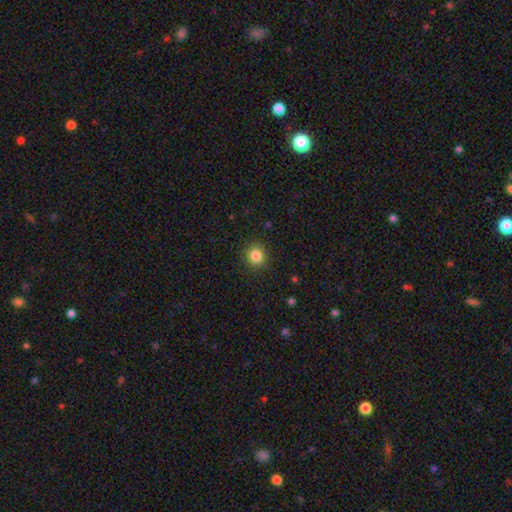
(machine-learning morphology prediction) Smooth or featured: smooth — 84% (star or artifact — 11%)
How rounded: round — 91% (in between — 8%)
Merging: none — 89% (minor disturbance — 7%)